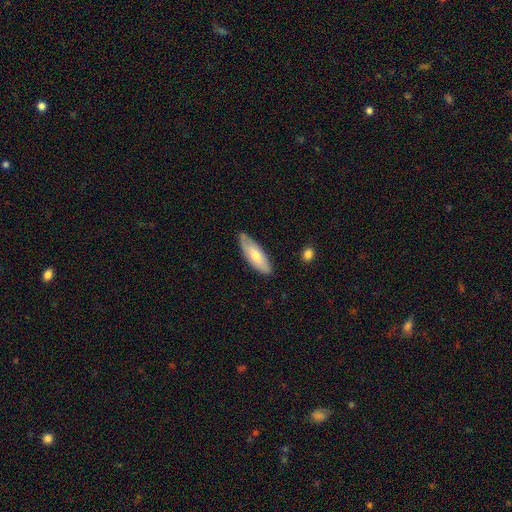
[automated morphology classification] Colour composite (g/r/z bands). It shows a smooth galaxy with no disk features (62%) that is in between round and cigar-shaped (66%). Merging: none (74%).